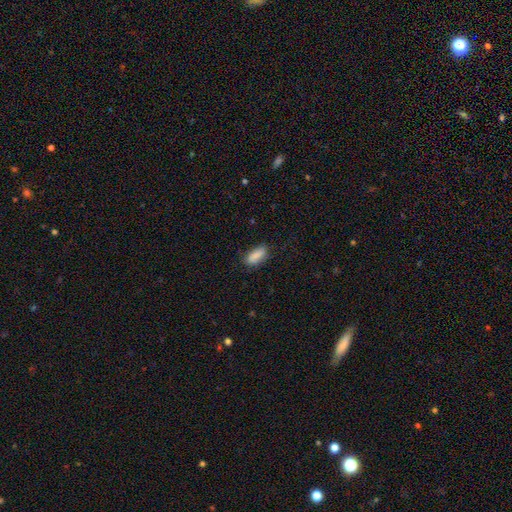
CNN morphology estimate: Smooth or featured?
  - smooth: 86% *
  - star or artifact: 7%
  - featured or disk: 7%
How rounded?
  - in between: 81% *
  - cigar-shaped: 16%
  - round: 3%
Merging?
  - none: 74% *
  - minor disturbance: 20%
  - major disturbance: 4%
  - merger: 2%